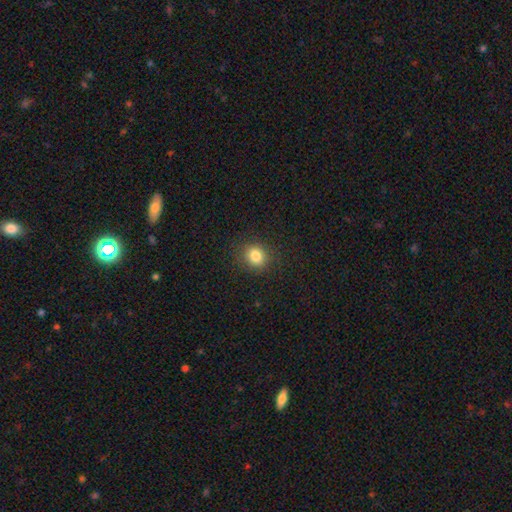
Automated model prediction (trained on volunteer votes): smooth 83%, star or artifact 12%, featured or disk 5%. Down the decision tree: how rounded — round (73%); merging — none (88%).